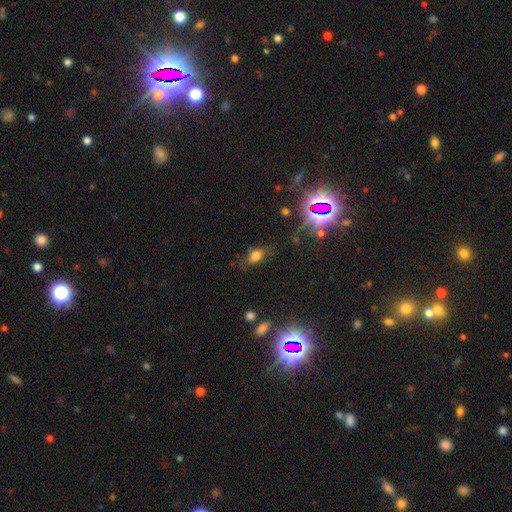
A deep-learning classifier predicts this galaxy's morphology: The model was most divided on "merging": none: 67%, minor disturbance: 22%, major disturbance: 9%, merger: 3%. More confident: how rounded — in between (74%); smooth or featured — smooth (68%).